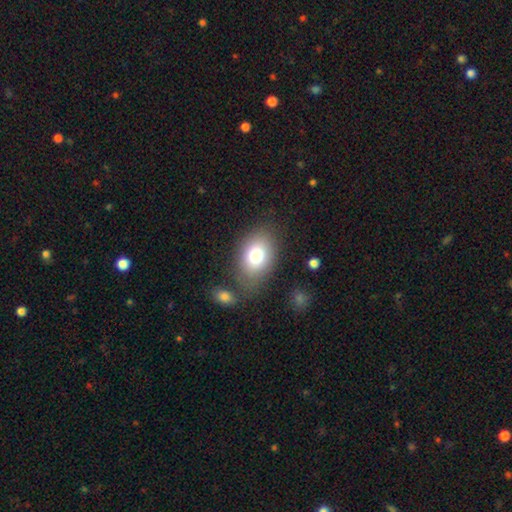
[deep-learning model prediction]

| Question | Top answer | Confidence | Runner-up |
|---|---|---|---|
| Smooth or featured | smooth | 77% | featured or disk (14%) |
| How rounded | in between | 73% | round (25%) |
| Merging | none | 71% | minor disturbance (15%) |